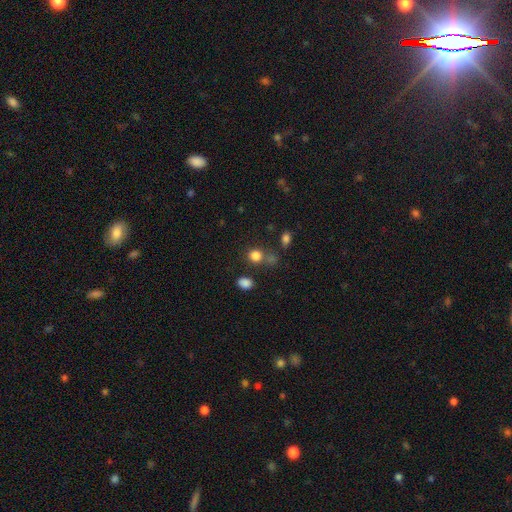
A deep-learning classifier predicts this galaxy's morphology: This is clearly a smooth galaxy (81%). How rounded: likely round (78%). Merging: likely none (67%).